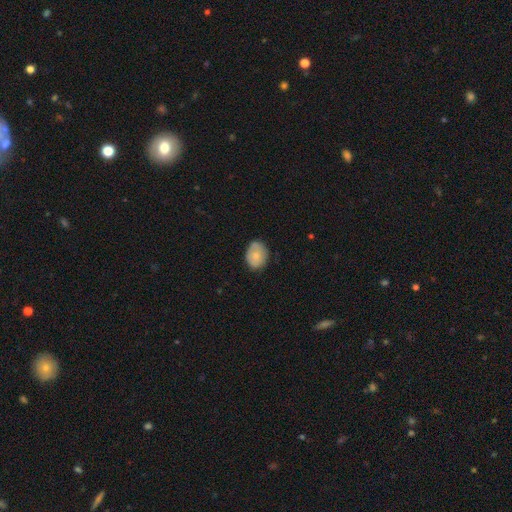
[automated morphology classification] Smooth or featured? smooth (75%)
How rounded? in between (55%)
Merging? none (72%)